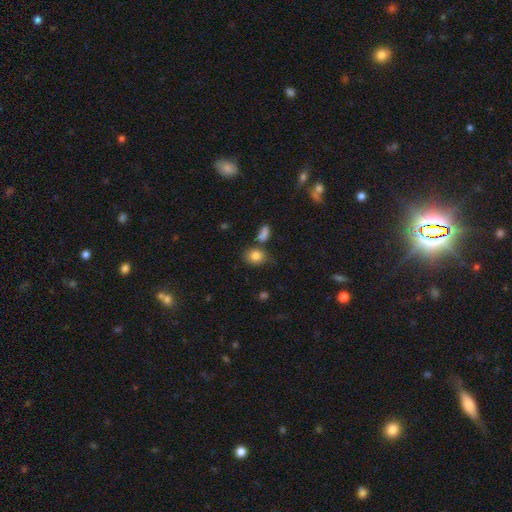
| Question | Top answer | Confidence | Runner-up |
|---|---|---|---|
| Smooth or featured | smooth | 89% | featured or disk (5%) |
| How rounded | in between | 52% | round (45%) |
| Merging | none | 74% | minor disturbance (14%) |